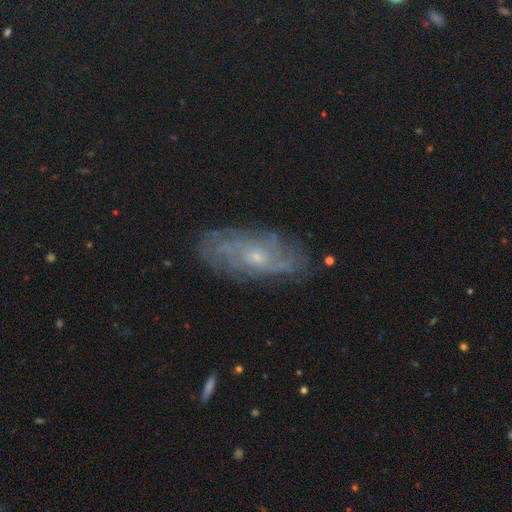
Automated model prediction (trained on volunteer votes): This is likely a featured or disk galaxy (73%). It is clearly not viewed edge-on (90%). Bar: likely no (73%). Spiral arm pattern: clearly yes (91%). Spiral arm count: possibly can't tell (50%). Spiral winding: possibly tight (53%). Central bulge: likely small (68%). Merging: clearly none (81%).